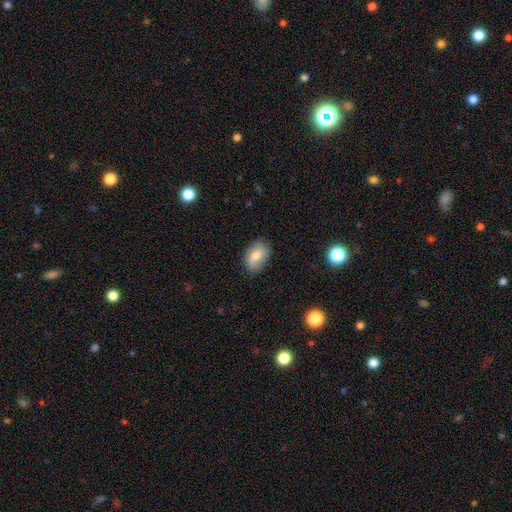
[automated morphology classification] The model was most divided on "smooth or featured": smooth: 69%, featured or disk: 23%, star or artifact: 8%. More confident: how rounded — in between (83%); merging — none (82%).